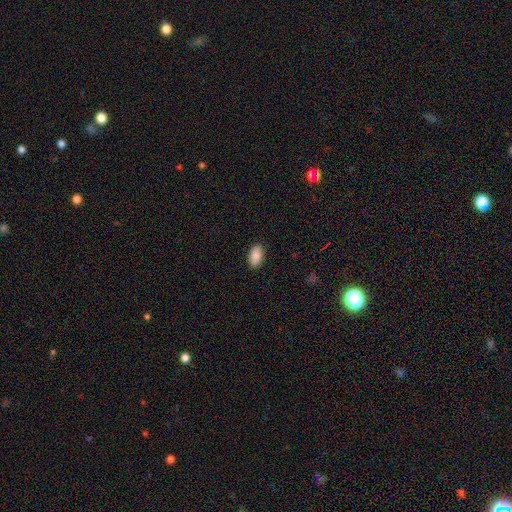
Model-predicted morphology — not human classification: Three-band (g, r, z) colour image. It shows a smooth galaxy with no disk features (89%) that is in between round and cigar-shaped (94%). Merging: none (89%).